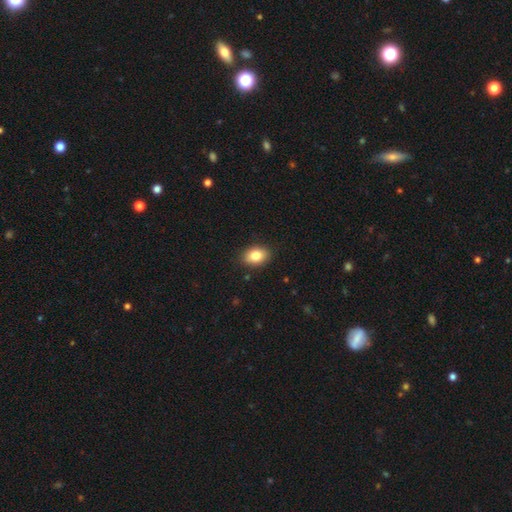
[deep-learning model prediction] Smooth or featured? Predicted: smooth (p=0.83). How rounded? Predicted: in between (p=0.78). Merging? Predicted: none (p=0.89).